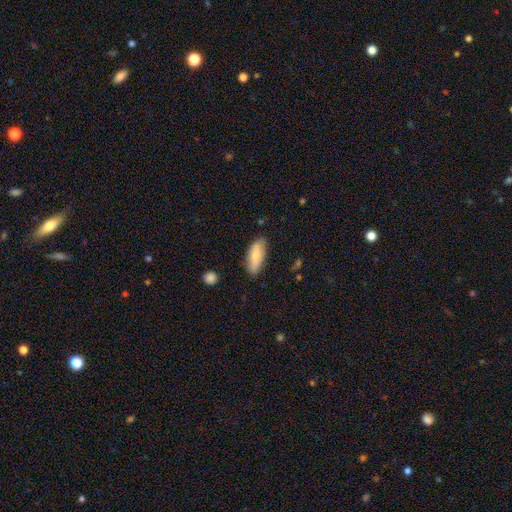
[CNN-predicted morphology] Smooth or featured?
  - smooth: 73% *
  - featured or disk: 21%
  - star or artifact: 6%
How rounded?
  - in between: 82% *
  - cigar-shaped: 16%
  - round: 2%
Merging?
  - none: 73% *
  - minor disturbance: 21%
  - major disturbance: 4%
  - merger: 2%